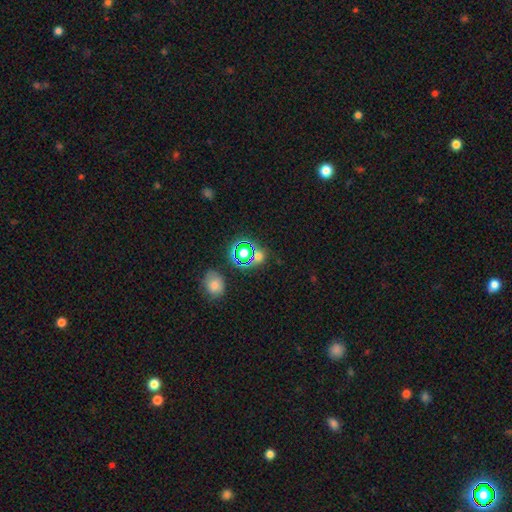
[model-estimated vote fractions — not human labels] A star or artifact, not a galaxy (62%).

Vote fractions:
- Smooth or featured? star or artifact: 62% / smooth: 29% / featured or disk: 9%